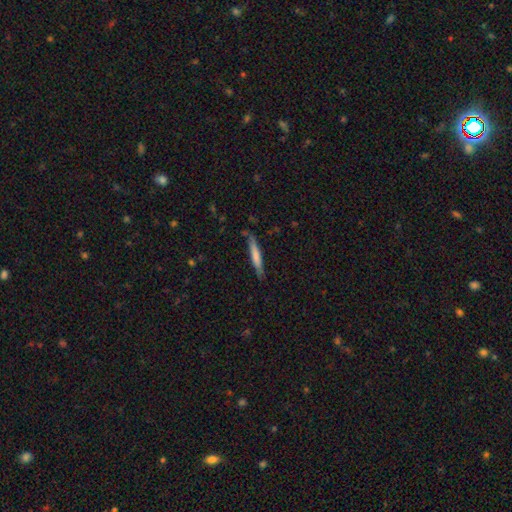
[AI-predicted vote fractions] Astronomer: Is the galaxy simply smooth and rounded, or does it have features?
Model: smooth — 65%.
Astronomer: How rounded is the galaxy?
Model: cigar-shaped — 94%.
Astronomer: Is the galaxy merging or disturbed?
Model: none — 80%.